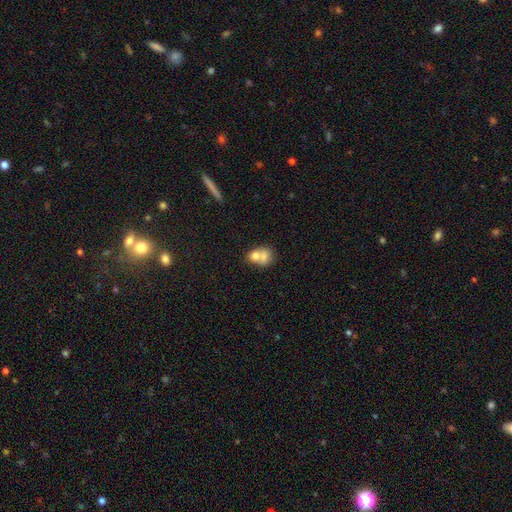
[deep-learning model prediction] A smooth galaxy with no disk features (68%) that is round (54%). Merging: merger (66%).